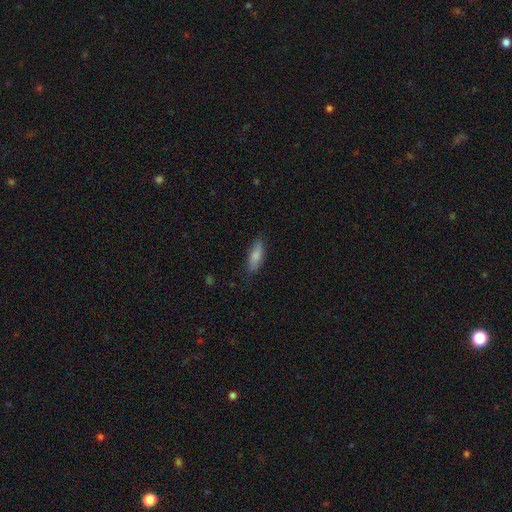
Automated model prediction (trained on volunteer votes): This appears to be a smooth galaxy with no disk features (81%) that is in between round and cigar-shaped (69%). Merging: none (77%).